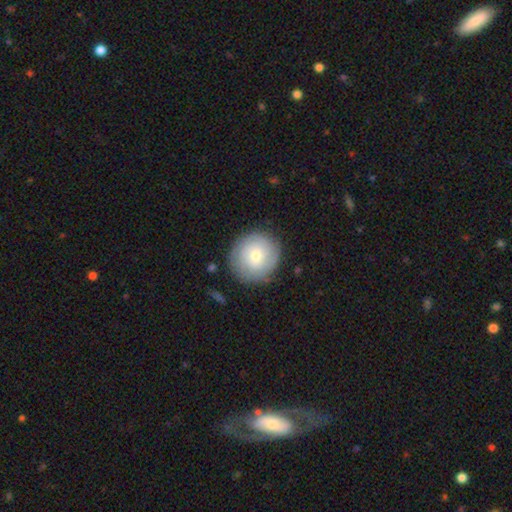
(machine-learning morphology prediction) Q: Smooth or featured?
A: smooth (55%); runner-up: featured or disk (38%)
Q: How rounded?
A: round (92%); runner-up: in between (7%)
Q: Merging?
A: none (83%); runner-up: minor disturbance (12%)